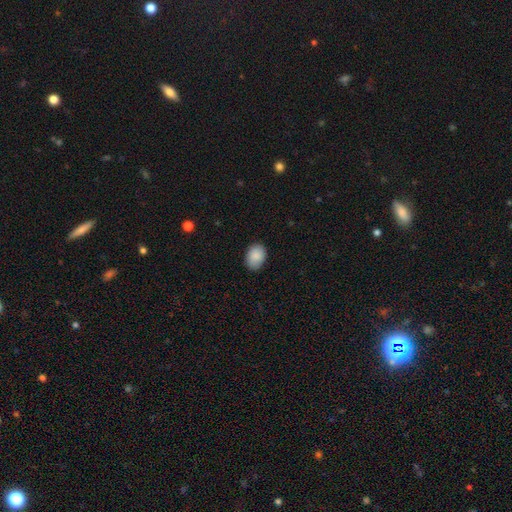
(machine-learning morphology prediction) smooth-or-featured: smooth: 89% | star or artifact: 7% | featured or disk: 4%
  how-rounded: in between: 79% | round: 20% | cigar-shaped: 1%
  merging: none: 84% | minor disturbance: 13% | major disturbance: 2% | merger: 1%